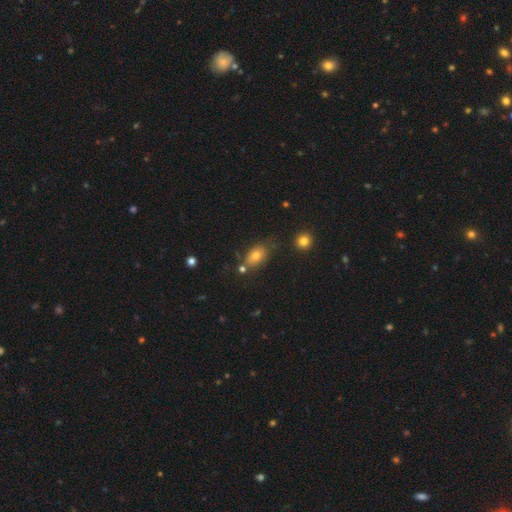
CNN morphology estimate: A smooth galaxy with no disk features (75%) that is in between round and cigar-shaped (80%). Merging: none (68%).